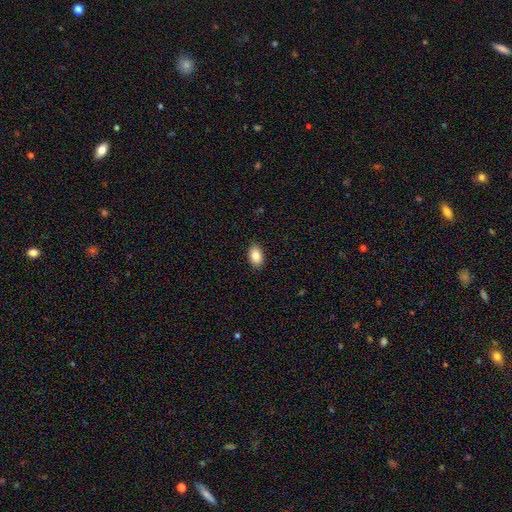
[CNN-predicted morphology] This is clearly a smooth galaxy (86%). How rounded: clearly in between (91%). Merging: clearly none (89%).